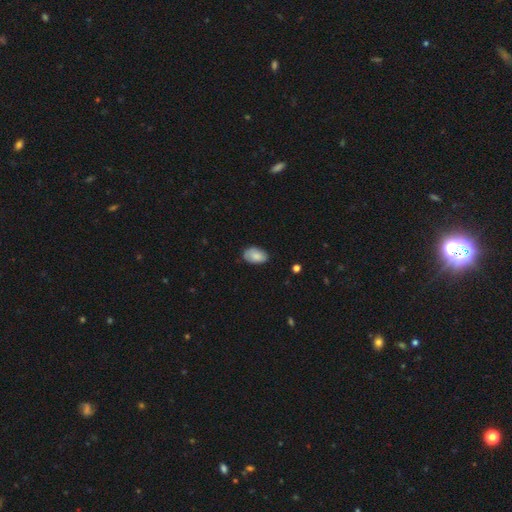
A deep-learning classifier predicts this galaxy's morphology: This appears to be a smooth galaxy with no disk features (82%) that is in between round and cigar-shaped (91%). Merging: none (74%).